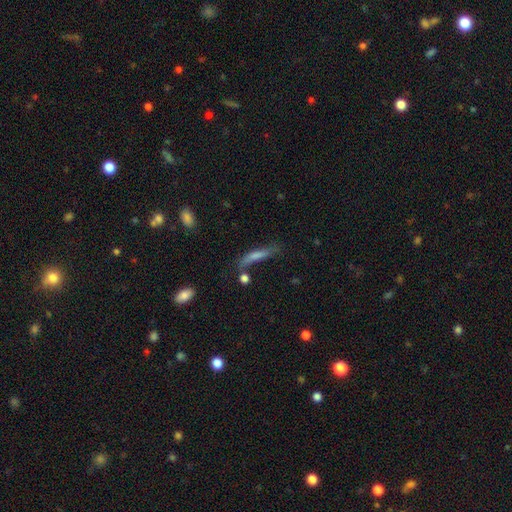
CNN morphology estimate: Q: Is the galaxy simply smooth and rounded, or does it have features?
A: smooth — 68%.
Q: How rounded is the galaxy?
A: cigar-shaped — 85%.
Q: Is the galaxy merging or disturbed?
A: none — 52%.